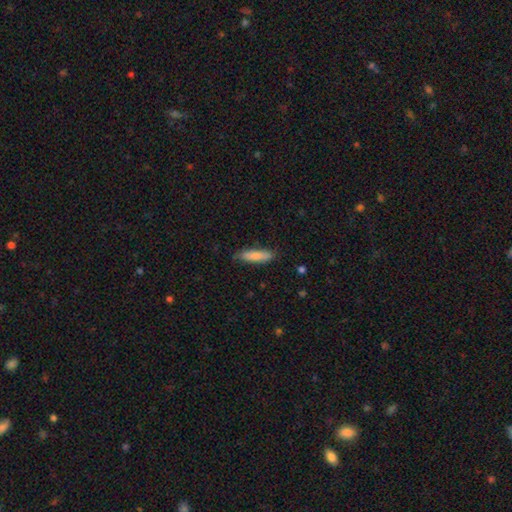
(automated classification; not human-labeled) A smooth galaxy with no disk features (80%) that is cigar-shaped (67%).

Vote fractions:
- Smooth or featured? smooth: 80% / featured or disk: 14% / star or artifact: 6%
- How rounded? cigar-shaped: 67% / in between: 31% / round: 2%
- Merging? none: 80% / minor disturbance: 16% / major disturbance: 3% / merger: 1%